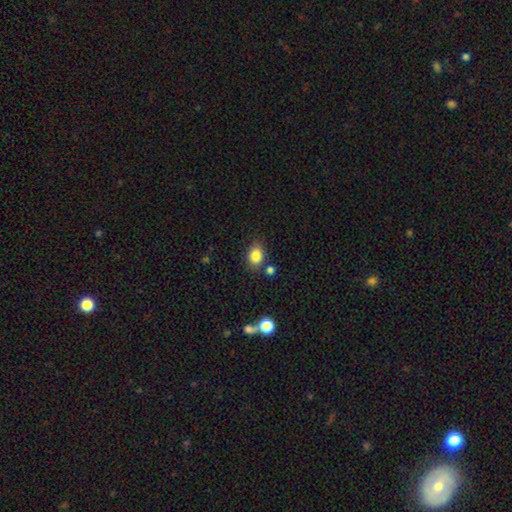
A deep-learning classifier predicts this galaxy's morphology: Q: Smooth or featured?
A: smooth (84%); runner-up: star or artifact (10%)
Q: How rounded?
A: in between (65%); runner-up: round (34%)
Q: Merging?
A: none (77%); runner-up: minor disturbance (13%)